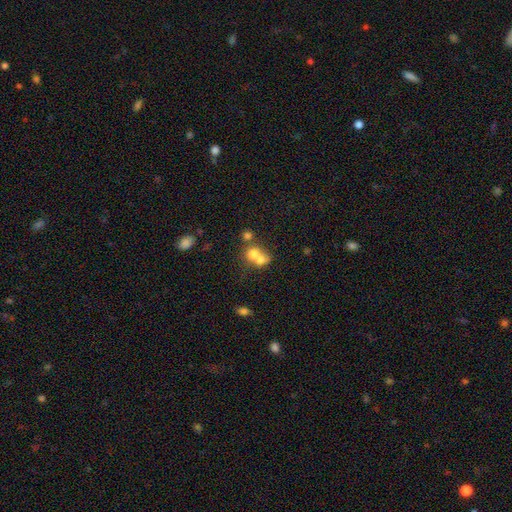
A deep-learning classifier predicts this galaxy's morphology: smooth_or_featured: smooth (p=0.69) [alt: featured or disk p=0.19]
how_rounded: round (p=0.73) [alt: in between p=0.26]
merging: merger (p=0.63) [alt: none p=0.27]